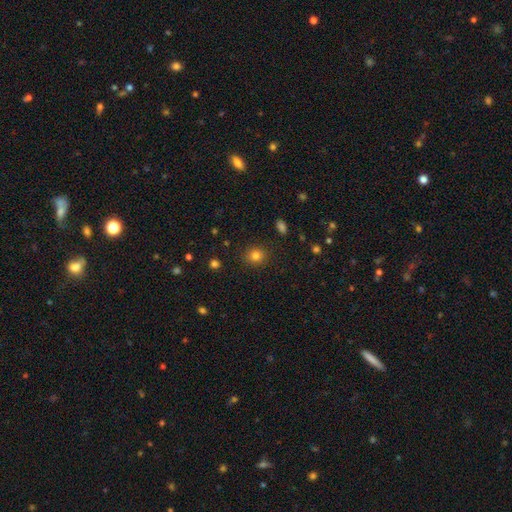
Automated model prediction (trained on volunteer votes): Smooth or featured? Predicted: smooth (p=0.82). How rounded? Predicted: round (p=0.82). Merging? Predicted: none (p=0.89).